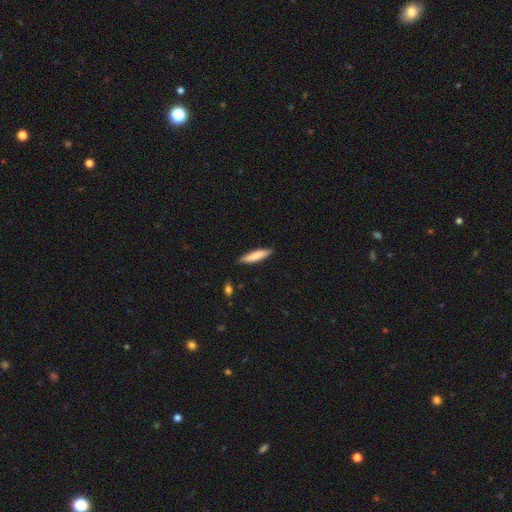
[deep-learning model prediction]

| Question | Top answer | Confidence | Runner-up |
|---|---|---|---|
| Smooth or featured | smooth | 79% | featured or disk (16%) |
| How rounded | cigar-shaped | 81% | in between (18%) |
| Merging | none | 86% | minor disturbance (11%) |